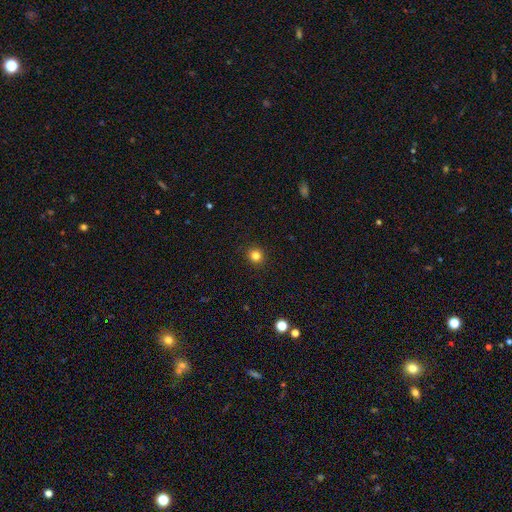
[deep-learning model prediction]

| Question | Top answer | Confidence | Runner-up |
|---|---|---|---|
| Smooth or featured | smooth | 83% | star or artifact (13%) |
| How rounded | round | 93% | in between (6%) |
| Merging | none | 93% | minor disturbance (5%) |